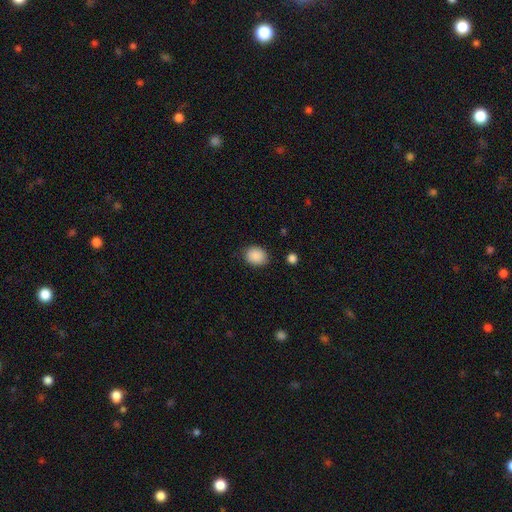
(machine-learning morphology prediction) This appears to be a smooth galaxy with no disk features (89%) that is round (53%). Merging: none (83%).